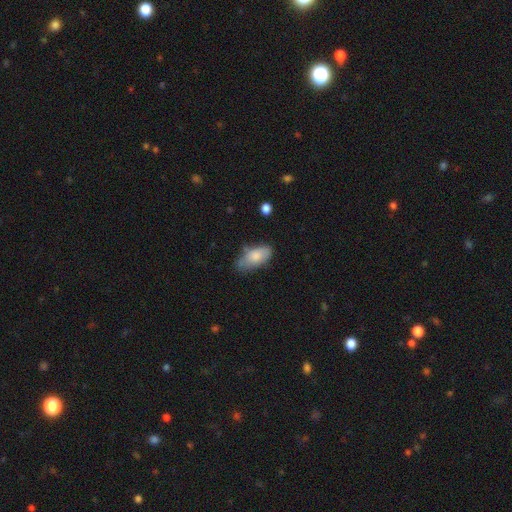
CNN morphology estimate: This is likely a smooth galaxy (77%). How rounded: clearly in between (91%). Merging: possibly none (55%).